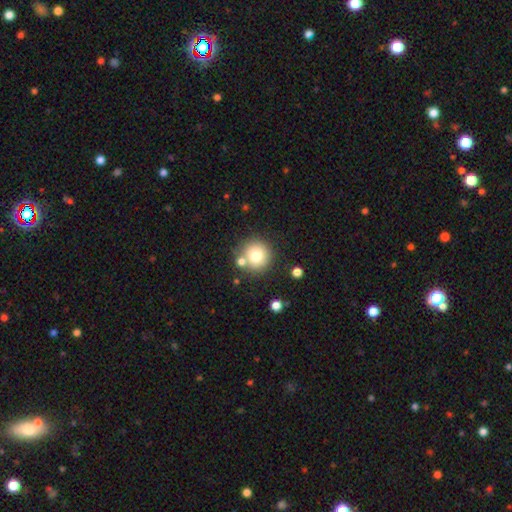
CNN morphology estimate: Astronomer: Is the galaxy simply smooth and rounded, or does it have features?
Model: smooth — 77%.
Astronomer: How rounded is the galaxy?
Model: round — 94%.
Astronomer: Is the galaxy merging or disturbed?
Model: none — 75%.